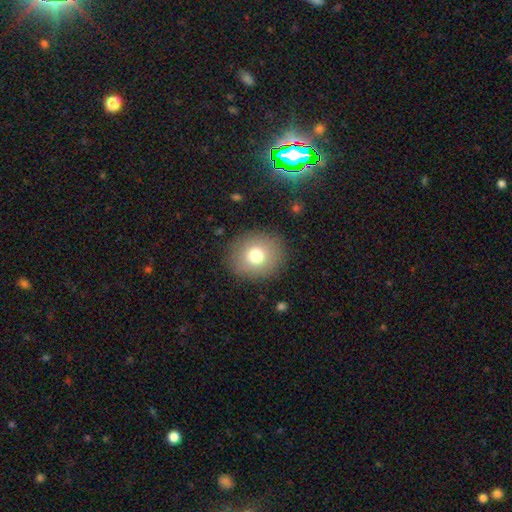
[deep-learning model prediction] Overall: smooth (76%). How rounded: round (82%). Merging: none (88%).